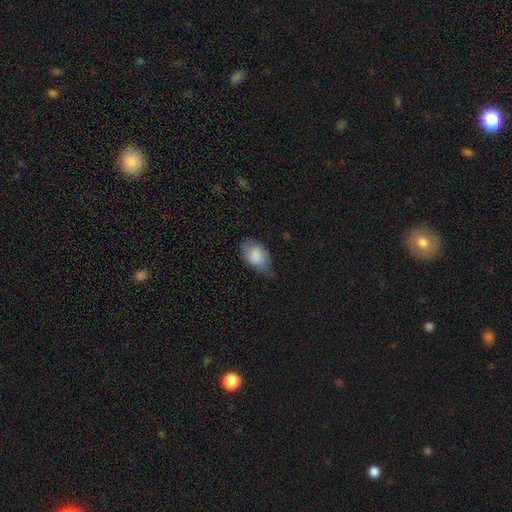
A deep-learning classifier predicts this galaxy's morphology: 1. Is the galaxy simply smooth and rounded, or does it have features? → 74% smooth, 19% featured or disk, 7% star or artifact.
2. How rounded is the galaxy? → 88% in between, 11% round, 2% cigar-shaped.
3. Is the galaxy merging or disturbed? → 45% minor disturbance, 40% none, 14% major disturbance, 2% merger.